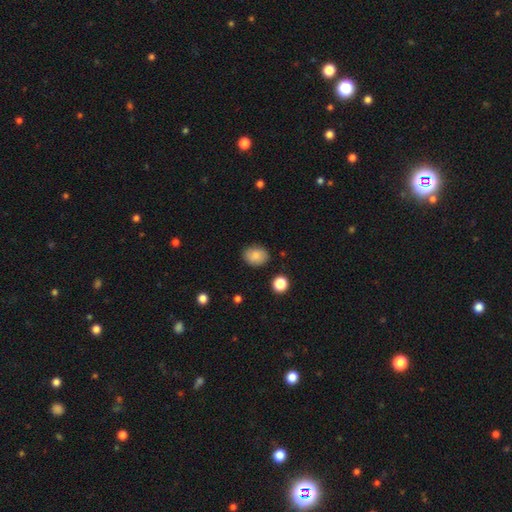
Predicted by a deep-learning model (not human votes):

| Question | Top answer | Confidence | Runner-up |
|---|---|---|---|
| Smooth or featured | smooth | 85% | star or artifact (8%) |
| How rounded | in between | 55% | round (44%) |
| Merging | none | 83% | minor disturbance (12%) |